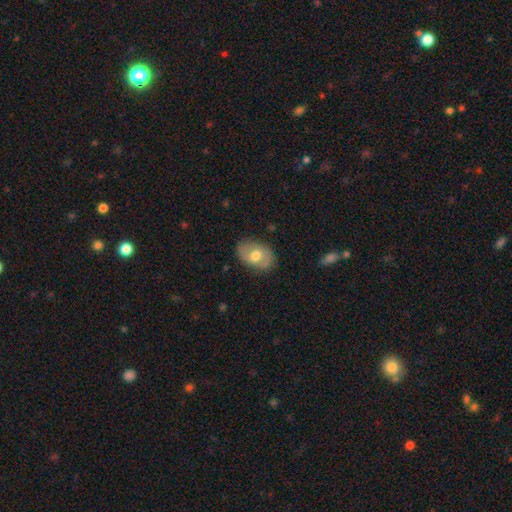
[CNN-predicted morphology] type=smooth (59%); roundness=in between (81%); merging=none (79%).